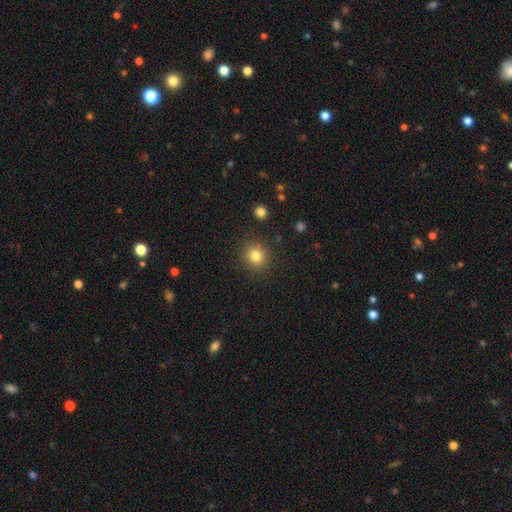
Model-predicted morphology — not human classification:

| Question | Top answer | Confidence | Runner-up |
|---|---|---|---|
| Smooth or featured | smooth | 81% | star or artifact (12%) |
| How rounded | round | 85% | in between (14%) |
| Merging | none | 87% | minor disturbance (8%) |